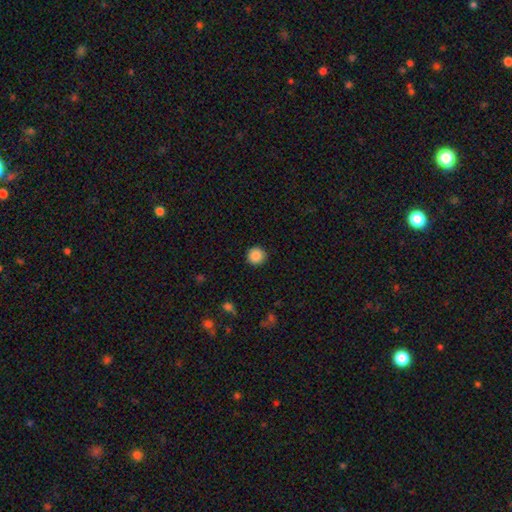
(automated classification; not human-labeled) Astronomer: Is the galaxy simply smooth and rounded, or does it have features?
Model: smooth — 88%.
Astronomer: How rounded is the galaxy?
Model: round — 94%.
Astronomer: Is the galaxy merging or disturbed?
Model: none — 91%.